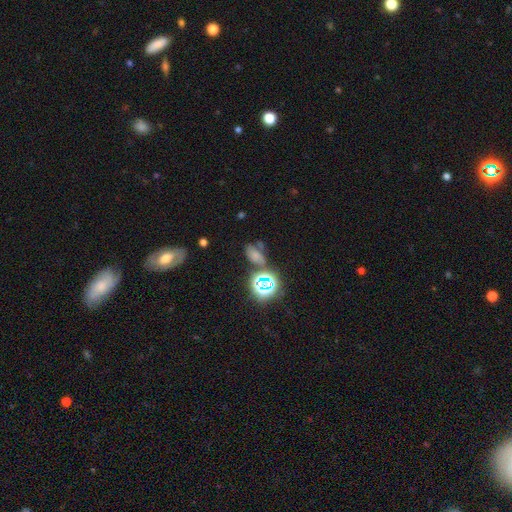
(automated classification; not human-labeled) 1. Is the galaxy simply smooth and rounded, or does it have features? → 51% smooth, 36% star or artifact, 13% featured or disk.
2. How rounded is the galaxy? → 79% in between, 18% round, 3% cigar-shaped.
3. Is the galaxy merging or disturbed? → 52% none, 20% minor disturbance, 18% merger, 11% major disturbance.